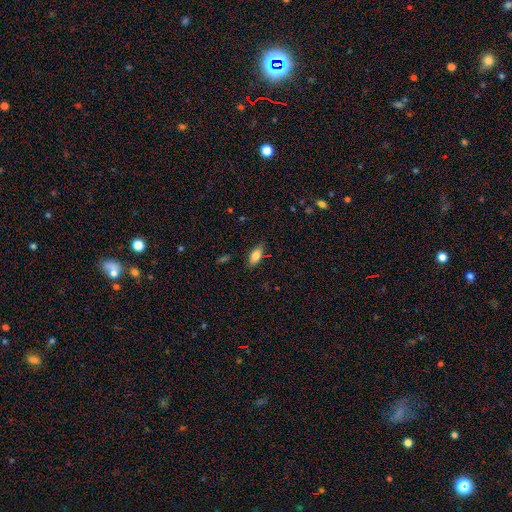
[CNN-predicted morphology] Smooth or featured?
  - smooth: 79% *
  - featured or disk: 14%
  - star or artifact: 8%
How rounded?
  - in between: 83% *
  - cigar-shaped: 13%
  - round: 3%
Merging?
  - none: 79% *
  - minor disturbance: 16%
  - major disturbance: 3%
  - merger: 2%